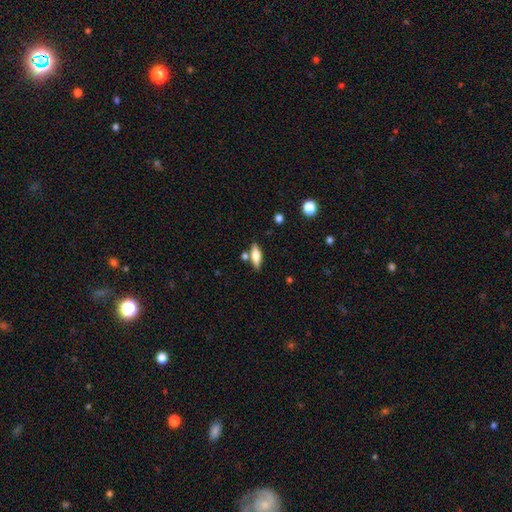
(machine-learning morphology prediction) Smooth or featured: smooth — 65% (featured or disk — 28%)
How rounded: in between — 59% (cigar-shaped — 39%)
Merging: none — 74% (minor disturbance — 12%)